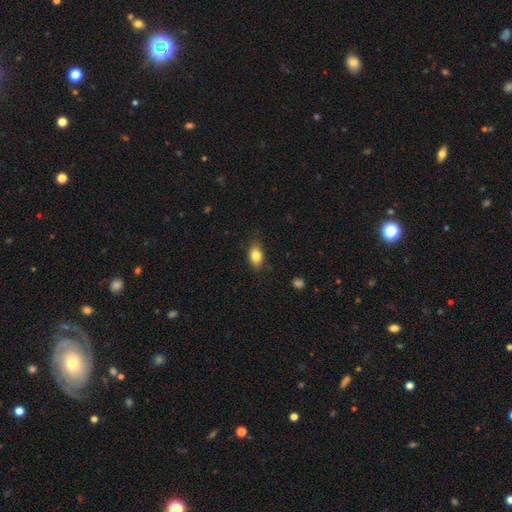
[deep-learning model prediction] Smooth or featured? smooth (82%)
How rounded? in between (84%)
Merging? none (81%)